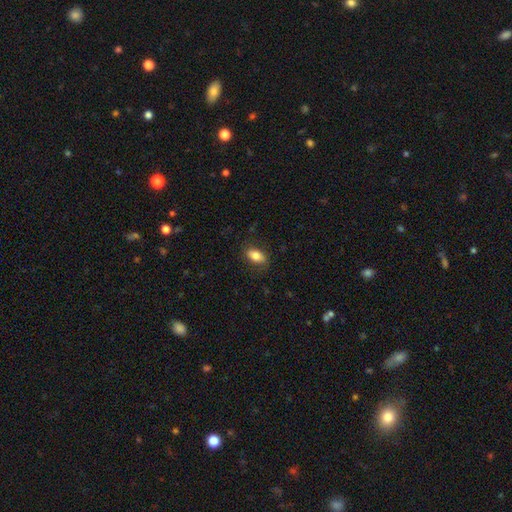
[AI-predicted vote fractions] Smooth or featured? Predicted: smooth (p=0.80). How rounded? Predicted: in between (p=0.89). Merging? Predicted: none (p=0.82).